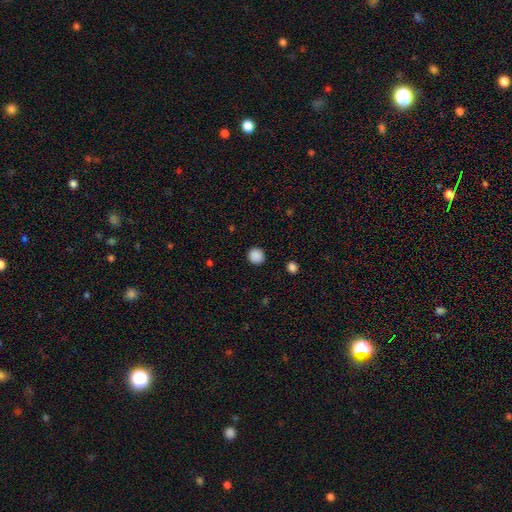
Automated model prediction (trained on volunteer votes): This appears to be a smooth galaxy with no disk features (88%) that is round (93%). Merging: none (92%).